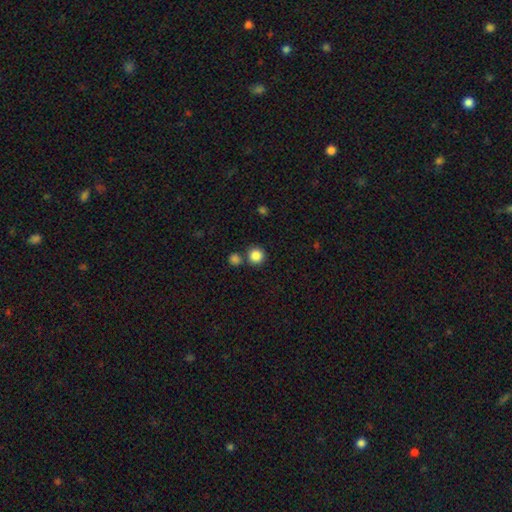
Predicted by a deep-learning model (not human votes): A smooth galaxy with no disk features (86%) that is round (94%).

Vote fractions:
- Smooth or featured? smooth: 86% / star or artifact: 10% / featured or disk: 4%
- How rounded? round: 94% / in between: 5% / cigar-shaped: 1%
- Merging? none: 76% / merger: 14% / minor disturbance: 7% / major disturbance: 3%